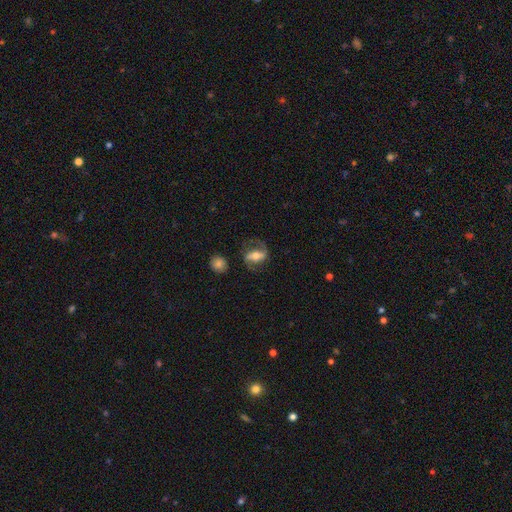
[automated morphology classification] Smooth or featured? featured or disk (72%)
Edge-on disk? no (93%)
Bar? strong (53%)
Spiral arms? yes (89%)
Spiral winding? medium (43%)
Spiral arm count? 2 (86%)
Bulge size? moderate (60%)
Merging? none (68%)